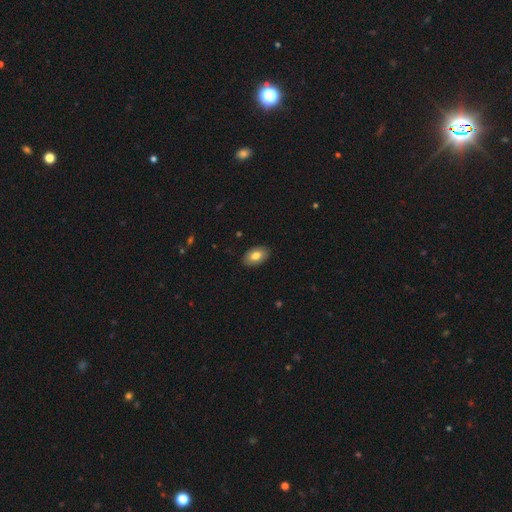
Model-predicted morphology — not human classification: This appears to be a smooth galaxy with no disk features (77%) that is in between round and cigar-shaped (92%). Merging: none (87%).